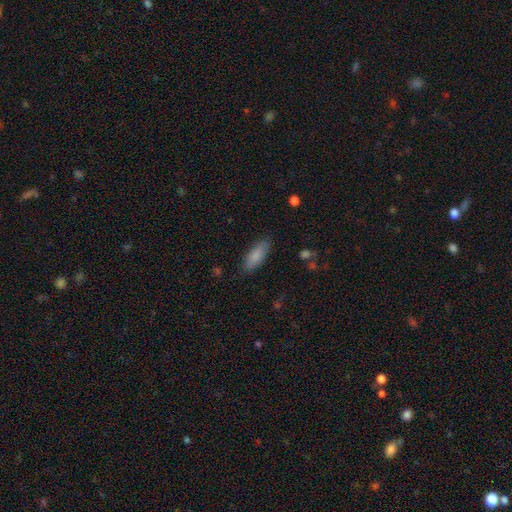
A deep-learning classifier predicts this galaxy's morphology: The model was most divided on "how rounded": in between: 72%, cigar-shaped: 26%, round: 2%. More confident: smooth or featured — smooth (85%); merging — none (84%).